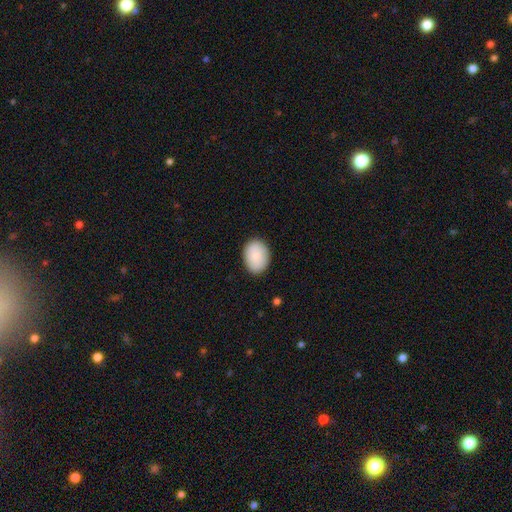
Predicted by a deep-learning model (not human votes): Smooth or featured? smooth (89%)
How rounded? in between (74%)
Merging? none (88%)